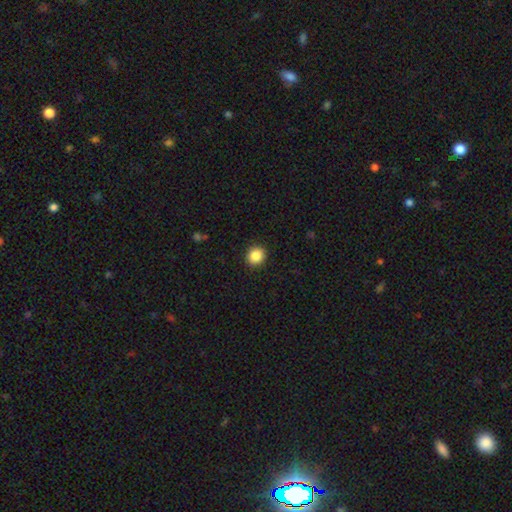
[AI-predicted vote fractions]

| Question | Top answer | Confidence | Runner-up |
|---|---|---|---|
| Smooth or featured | smooth | 87% | star or artifact (9%) |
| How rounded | round | 84% | in between (15%) |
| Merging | none | 92% | minor disturbance (6%) |